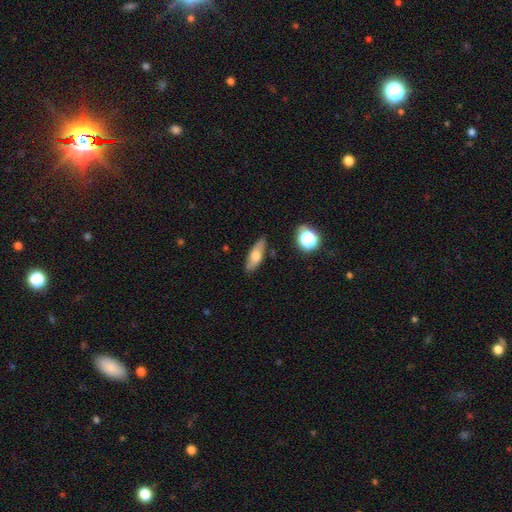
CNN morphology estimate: Q: Smooth or featured?
A: smooth (64%); runner-up: featured or disk (28%)
Q: How rounded?
A: in between (59%); runner-up: cigar-shaped (36%)
Q: Merging?
A: none (82%); runner-up: minor disturbance (13%)